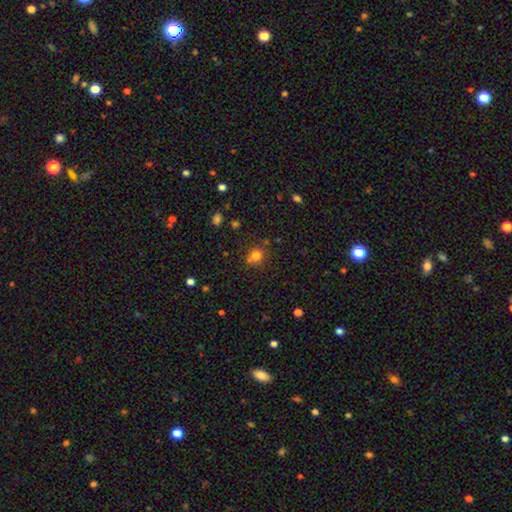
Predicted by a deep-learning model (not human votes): Overall: smooth (76%). How rounded: round (82%). Merging: none (66%).